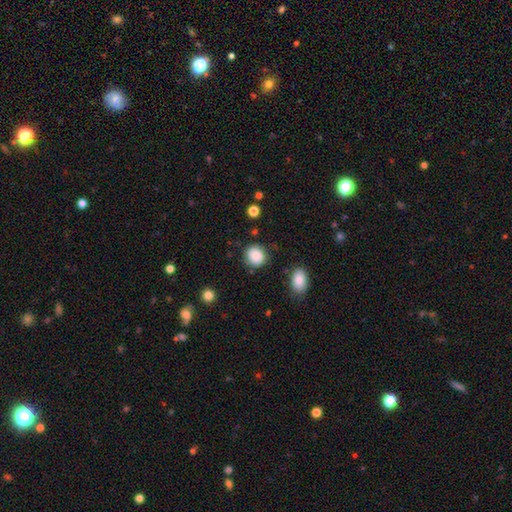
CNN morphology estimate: smooth_or_featured: smooth (p=0.83) [alt: star or artifact p=0.08]
how_rounded: round (p=0.79) [alt: in between p=0.20]
merging: none (p=0.79) [alt: minor disturbance p=0.15]